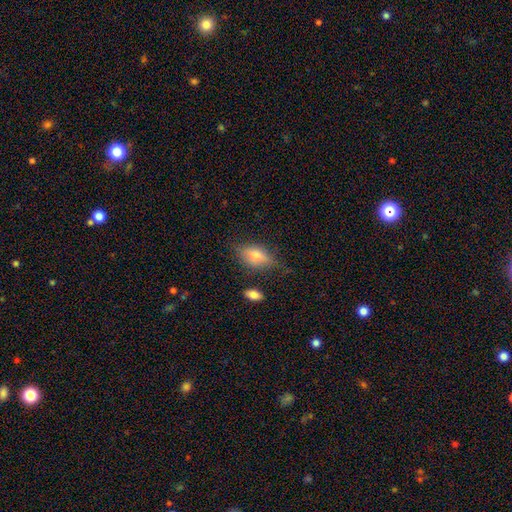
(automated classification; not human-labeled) Smooth or featured? smooth (61%)
How rounded? in between (82%)
Merging? none (67%)